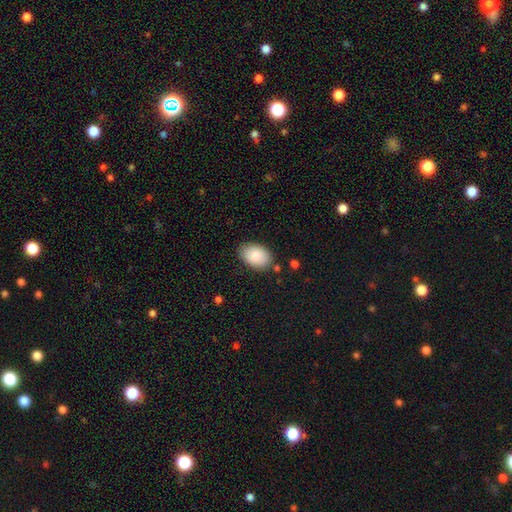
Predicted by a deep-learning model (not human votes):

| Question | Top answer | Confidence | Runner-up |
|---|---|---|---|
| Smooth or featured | smooth | 86% | featured or disk (8%) |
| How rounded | in between | 90% | round (9%) |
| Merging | none | 83% | minor disturbance (12%) |